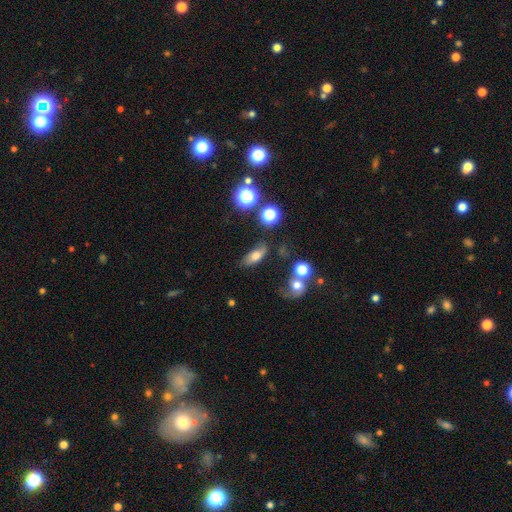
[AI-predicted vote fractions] Smooth or featured: smooth — 70% (featured or disk — 17%)
How rounded: in between — 77% (cigar-shaped — 13%)
Merging: none — 64% (minor disturbance — 20%)